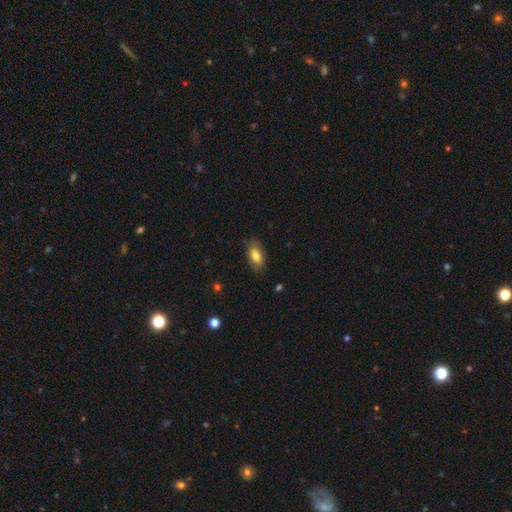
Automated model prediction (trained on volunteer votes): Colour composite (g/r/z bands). It shows a smooth galaxy with no disk features (78%) that is in between round and cigar-shaped (89%). Merging: none (80%).